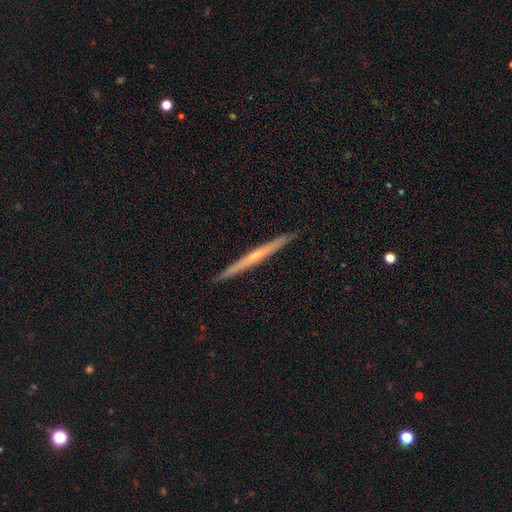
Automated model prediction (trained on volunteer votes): Smooth or featured?
  - featured or disk: 66% *
  - smooth: 29%
  - star or artifact: 6%
Edge-on disk?
  - yes: 97% *
  - no: 3%
Edge-on bulge?
  - none: 56% *
  - rounded: 41%
  - boxy: 4%
Merging?
  - none: 92% *
  - minor disturbance: 6%
  - major disturbance: 1%
  - merger: 1%